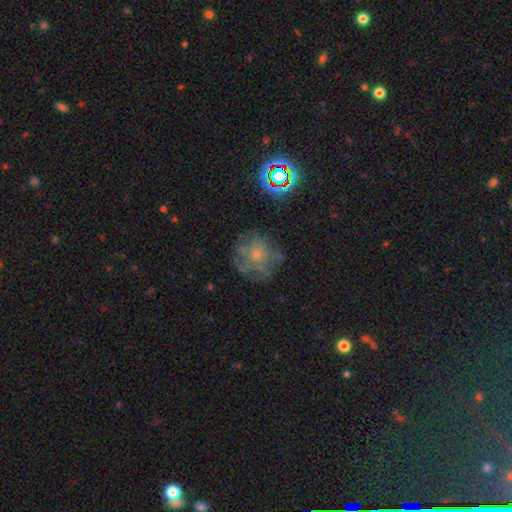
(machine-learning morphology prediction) This is possibly a featured or disk galaxy (45%). Merging: likely none (67%).